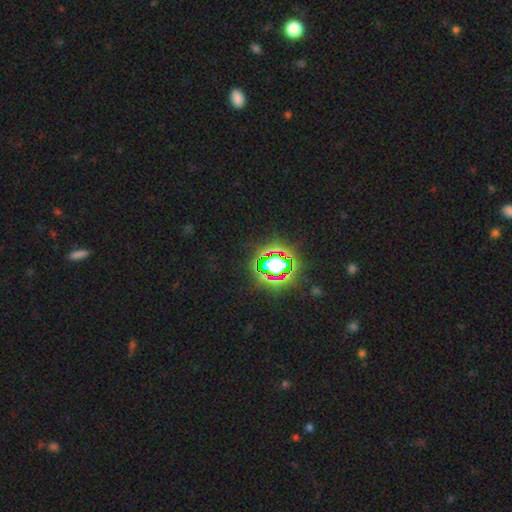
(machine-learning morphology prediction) type=star or artifact (81%).